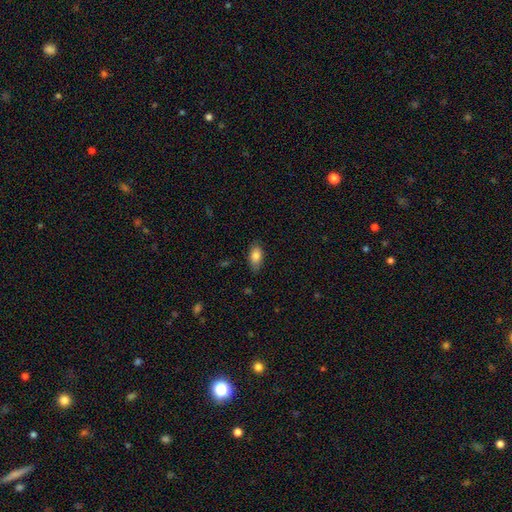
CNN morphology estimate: The model was most divided on "merging": none: 76%, minor disturbance: 19%, major disturbance: 3%, merger: 1%. More confident: how rounded — in between (89%); smooth or featured — smooth (82%).